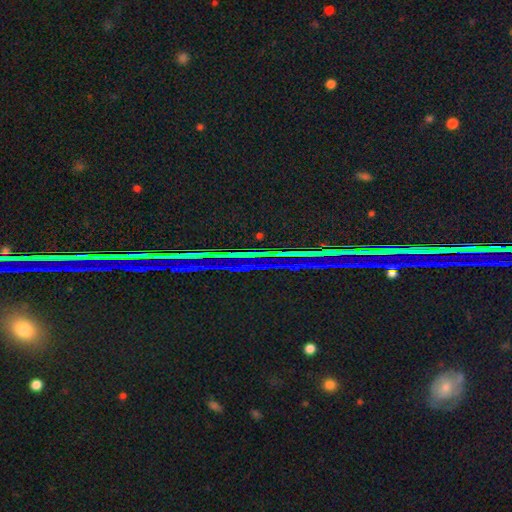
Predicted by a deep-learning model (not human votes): This is clearly a star or artifact rather than a galaxy (88%).